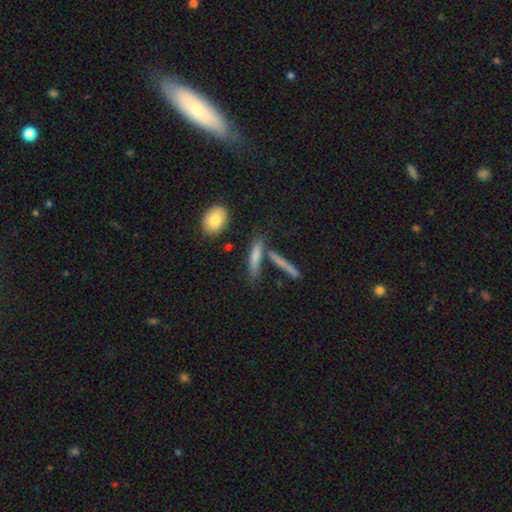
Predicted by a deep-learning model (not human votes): Smooth or featured?
  - smooth: 64% *
  - featured or disk: 25%
  - star or artifact: 10%
How rounded?
  - cigar-shaped: 77% *
  - in between: 19%
  - round: 4%
Merging?
  - none: 66% *
  - merger: 16%
  - minor disturbance: 12%
  - major disturbance: 5%